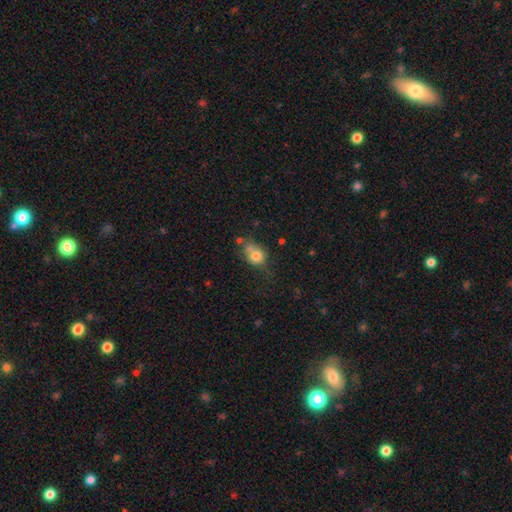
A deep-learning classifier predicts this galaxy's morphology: smooth_or_featured: smooth (p=0.76) [alt: featured or disk p=0.14]
how_rounded: round (p=0.58) [alt: in between p=0.41]
merging: none (p=0.39) [alt: minor disturbance p=0.26]